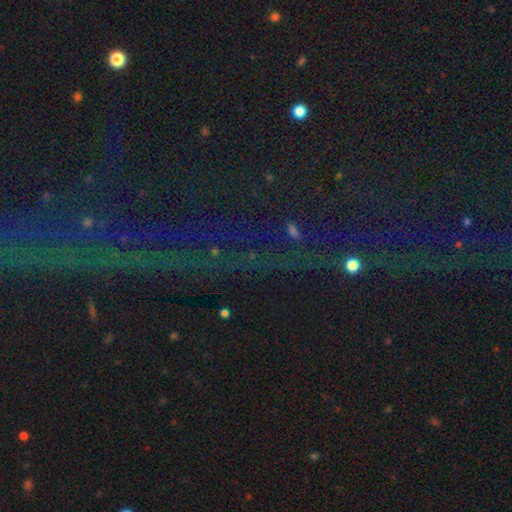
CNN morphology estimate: type=star or artifact (80%).